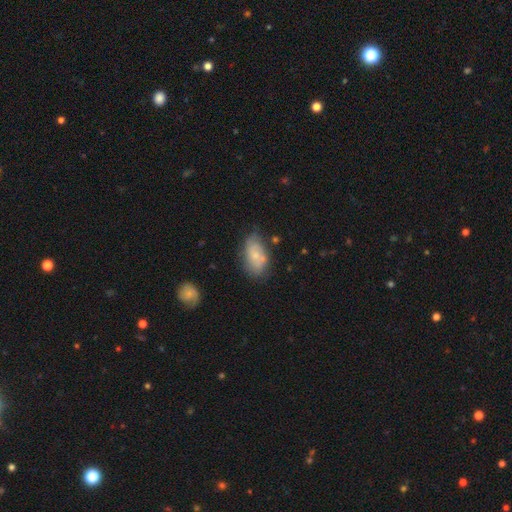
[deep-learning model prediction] smooth_or_featured: smooth (p=0.57) [alt: featured or disk p=0.35]
how_rounded: in between (p=0.92) [alt: round p=0.06]
merging: none (p=0.54) [alt: minor disturbance p=0.29]